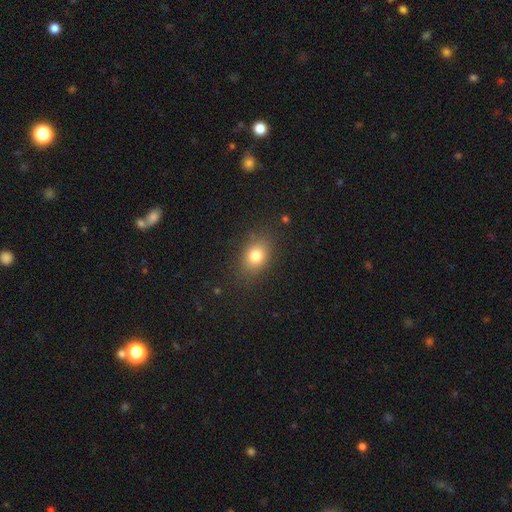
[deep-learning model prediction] smooth_or_featured: smooth (p=0.80) [alt: star or artifact p=0.11]
how_rounded: in between (p=0.64) [alt: round p=0.35]
merging: none (p=0.83) [alt: minor disturbance p=0.12]